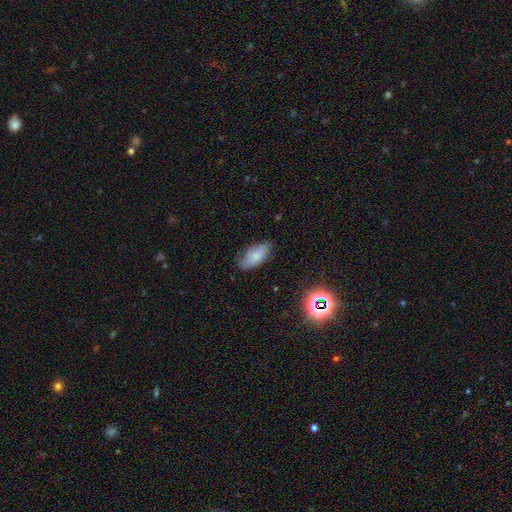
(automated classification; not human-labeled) smooth_or_featured: smooth (p=0.75) [alt: featured or disk p=0.16]
how_rounded: in between (p=0.89) [alt: cigar-shaped p=0.09]
merging: none (p=0.72) [alt: minor disturbance p=0.22]